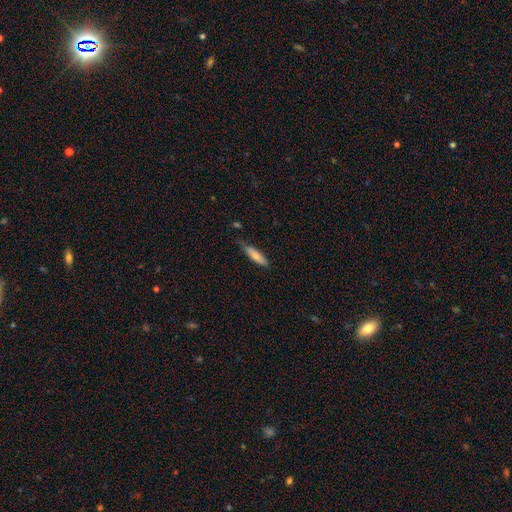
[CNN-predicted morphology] smooth_or_featured: smooth (p=0.77) [alt: featured or disk p=0.17]
how_rounded: cigar-shaped (p=0.69) [alt: in between p=0.30]
merging: none (p=0.74) [alt: minor disturbance p=0.21]